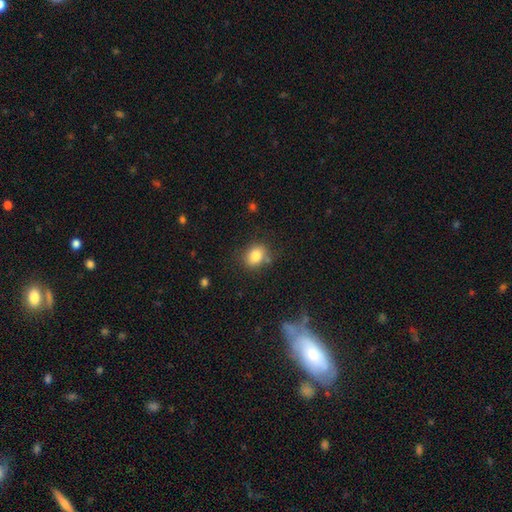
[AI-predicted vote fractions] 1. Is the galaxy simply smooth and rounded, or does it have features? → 83% smooth, 10% star or artifact, 7% featured or disk.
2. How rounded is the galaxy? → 53% round, 46% in between, 1% cigar-shaped.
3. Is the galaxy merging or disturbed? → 75% none, 15% minor disturbance, 5% merger, 5% major disturbance.